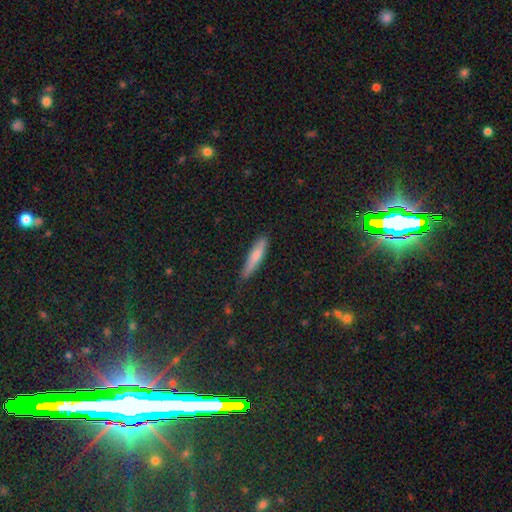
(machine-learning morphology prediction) A smooth galaxy with no disk features (69%) that is cigar-shaped (85%). Merging: none (81%).